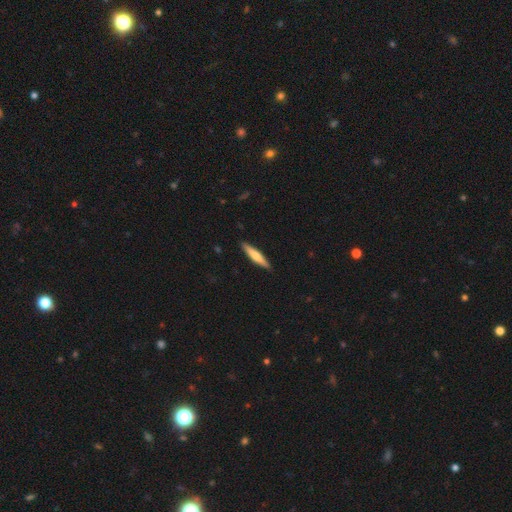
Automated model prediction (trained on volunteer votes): smooth 58%, featured or disk 37%, star or artifact 5%. Down the decision tree: how rounded — cigar-shaped (89%); merging — none (91%).